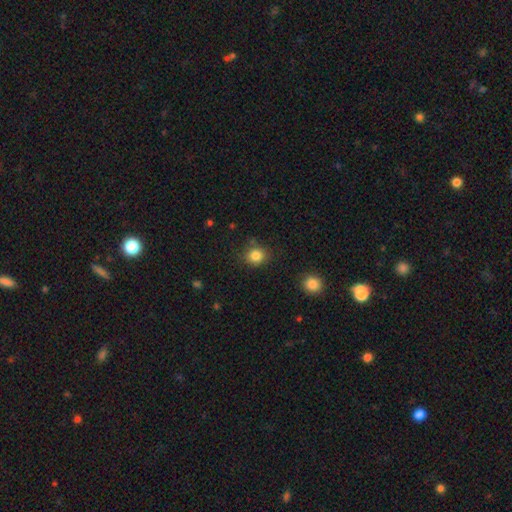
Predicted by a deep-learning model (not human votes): The model was most divided on "how rounded": round: 82%, in between: 17%, cigar-shaped: 1%. More confident: smooth or featured — smooth (84%); merging — none (82%).